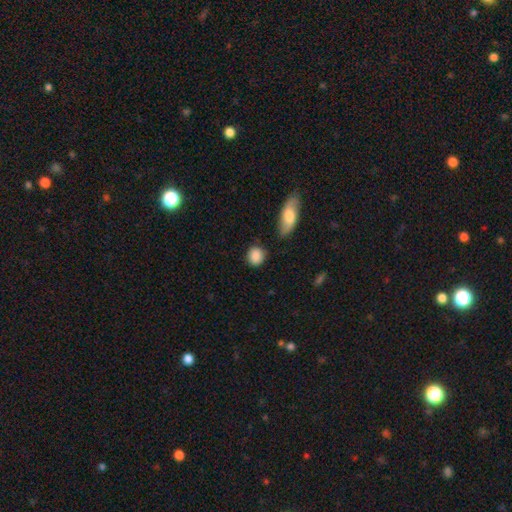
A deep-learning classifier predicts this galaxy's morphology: smooth-or-featured: smooth: 88% | star or artifact: 7% | featured or disk: 5%
  how-rounded: round: 79% | in between: 19% | cigar-shaped: 2%
  merging: none: 78% | minor disturbance: 13% | merger: 5% | major disturbance: 4%